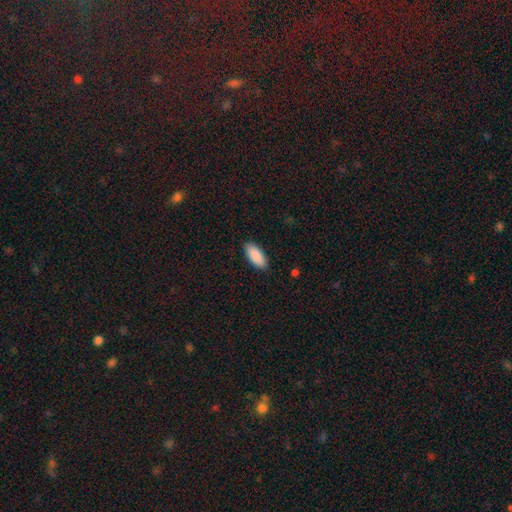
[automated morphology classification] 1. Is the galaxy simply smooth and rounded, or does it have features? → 90% smooth, 6% star or artifact, 4% featured or disk.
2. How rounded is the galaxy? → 86% in between, 12% cigar-shaped, 2% round.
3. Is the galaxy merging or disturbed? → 88% none, 9% minor disturbance, 2% major disturbance, 1% merger.